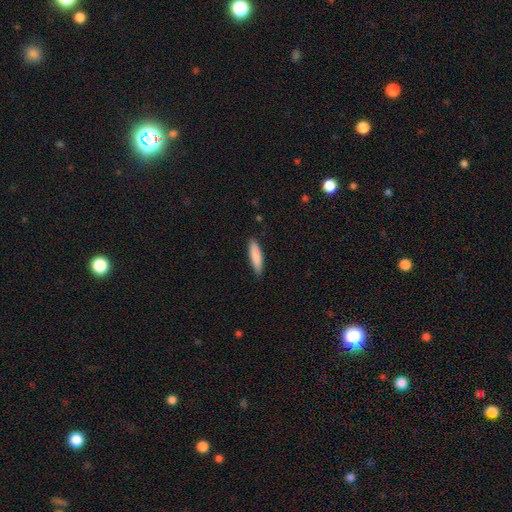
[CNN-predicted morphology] Smooth or featured: smooth — 87% (featured or disk — 8%)
How rounded: cigar-shaped — 73% (in between — 26%)
Merging: none — 87% (minor disturbance — 10%)